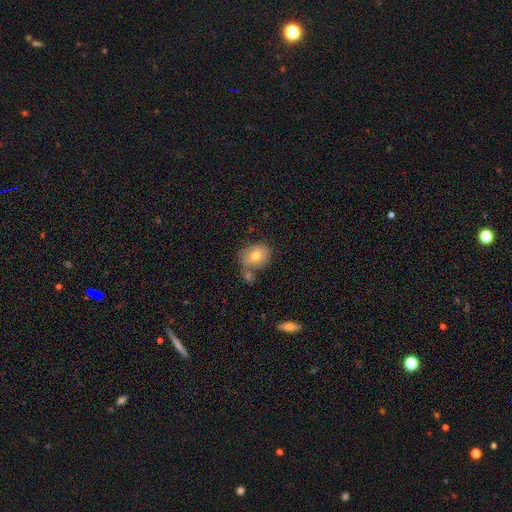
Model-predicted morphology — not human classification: This is likely a smooth galaxy (71%). How rounded: possibly round (50%). Merging: possibly none (53%).